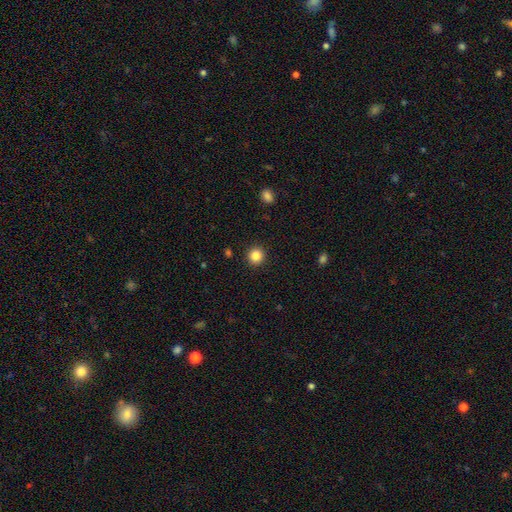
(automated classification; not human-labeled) This is clearly a smooth galaxy (85%). How rounded: clearly round (94%). Merging: clearly none (93%).